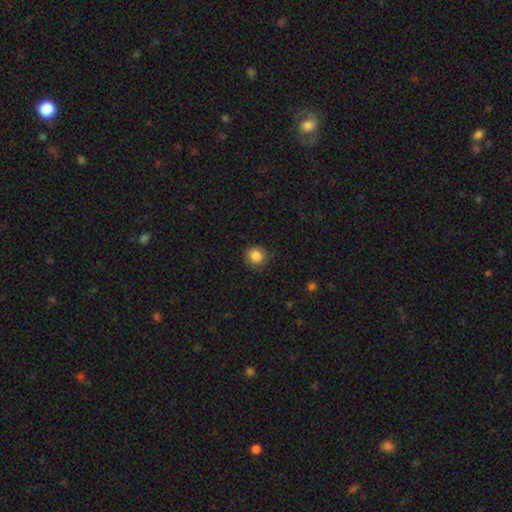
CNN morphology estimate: Smooth or featured? smooth (86%)
How rounded? round (87%)
Merging? none (83%)